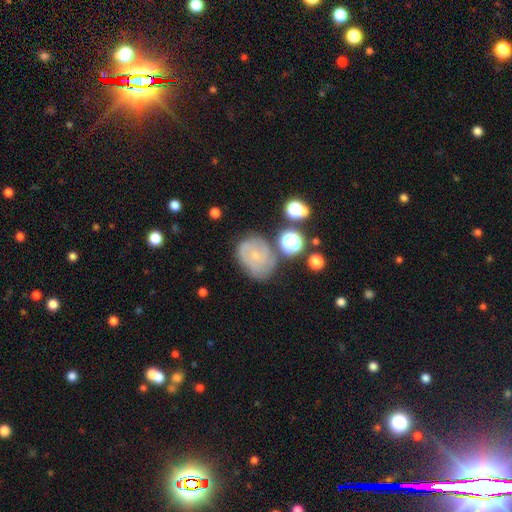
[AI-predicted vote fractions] Smooth or featured: featured or disk — 53% (smooth — 32%)
Edge-on disk: no — 96% (yes — 4%)
Bar: no — 76% (weak — 20%)
Spiral arms: yes — 77% (no — 23%)
Bulge size: small — 79% (moderate — 15%)
Merging: none — 66% (minor disturbance — 21%)